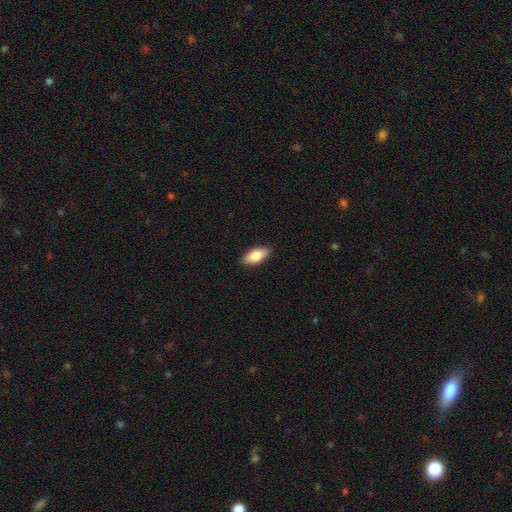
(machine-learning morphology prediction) Smooth or featured? Predicted: smooth (p=0.80). How rounded? Predicted: in between (p=0.89). Merging? Predicted: none (p=0.88).